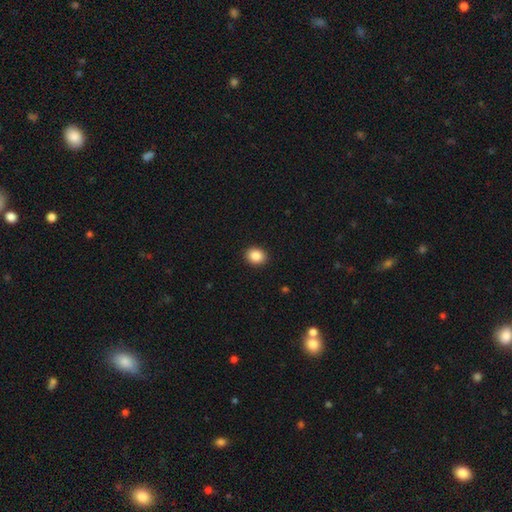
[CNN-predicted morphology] type=smooth (87%); roundness=round (60%); merging=none (91%).